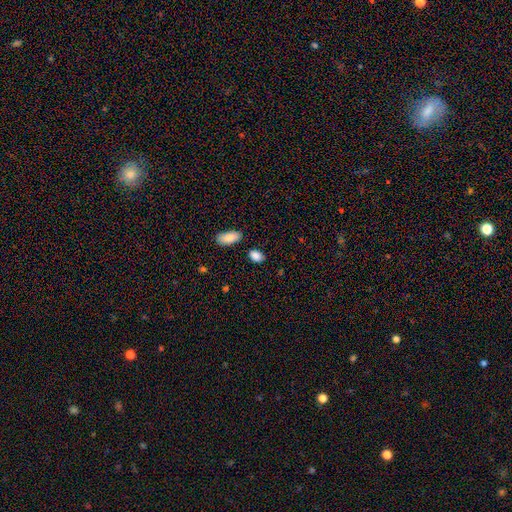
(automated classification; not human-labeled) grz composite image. It shows a smooth galaxy with no disk features (88%) that is in between round and cigar-shaped (83%). Merging: none (83%).